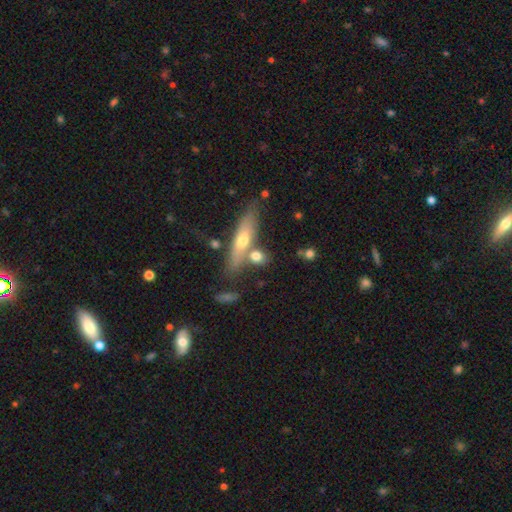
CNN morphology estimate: Smooth or featured?
  - smooth: 66% *
  - featured or disk: 26%
  - star or artifact: 8%
How rounded?
  - in between: 41% *
  - cigar-shaped: 36%
  - round: 23%
Merging?
  - none: 53% *
  - merger: 29%
  - minor disturbance: 13%
  - major disturbance: 5%